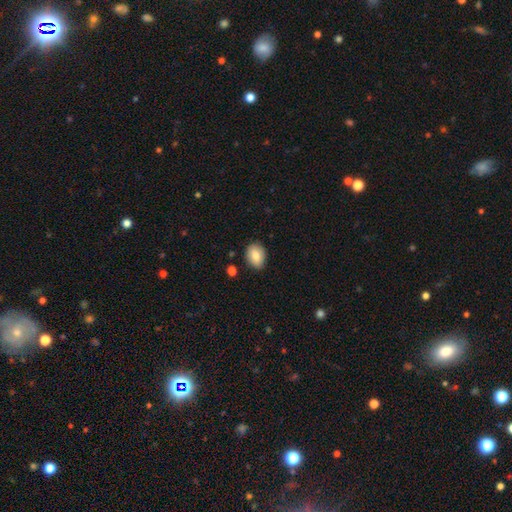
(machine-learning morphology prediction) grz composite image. It shows a smooth galaxy with no disk features (82%) that is in between round and cigar-shaped (70%). Merging: none (83%).